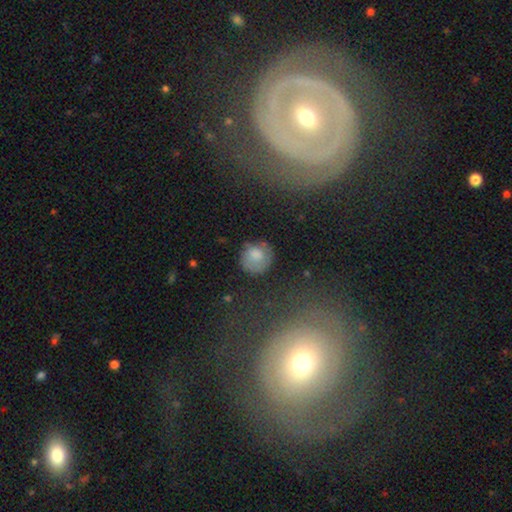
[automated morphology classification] type=smooth (74%); roundness=round (83%); merging=none (61%).